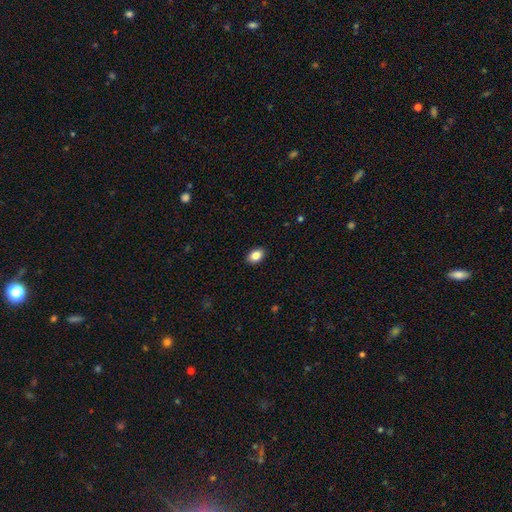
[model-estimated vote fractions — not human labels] This appears to be a smooth galaxy with no disk features (86%) that is in between round and cigar-shaped (84%). Merging: none (90%).